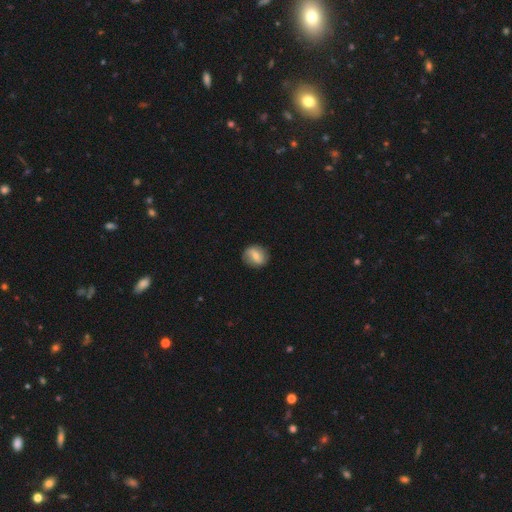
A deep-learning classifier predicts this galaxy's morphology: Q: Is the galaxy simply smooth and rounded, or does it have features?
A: smooth — 50%.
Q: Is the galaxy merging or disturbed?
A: none — 84%.